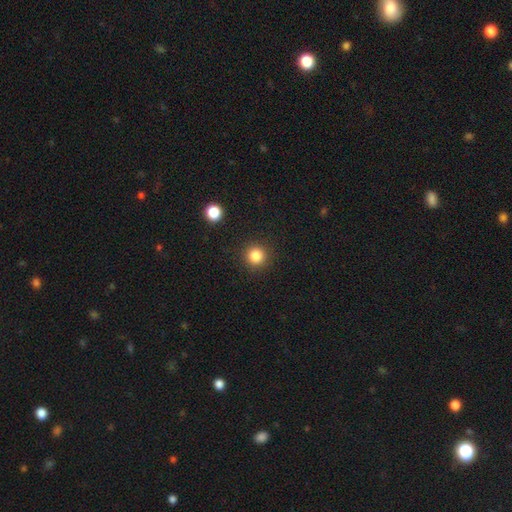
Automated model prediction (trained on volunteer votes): A smooth galaxy with no disk features (84%) that is round (95%).

Vote fractions:
- Smooth or featured? smooth: 84% / star or artifact: 12% / featured or disk: 5%
- How rounded? round: 95% / in between: 4% / cigar-shaped: 1%
- Merging? none: 91% / minor disturbance: 5% / major disturbance: 2% / merger: 1%